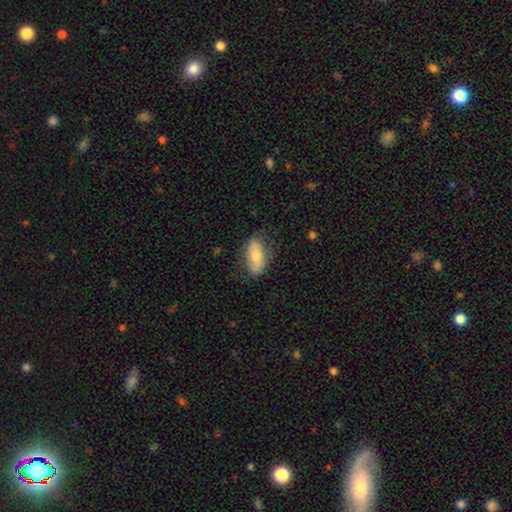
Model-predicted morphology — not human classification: Smooth or featured? Predicted: smooth (p=0.65). How rounded? Predicted: in between (p=0.88). Merging? Predicted: none (p=0.74).